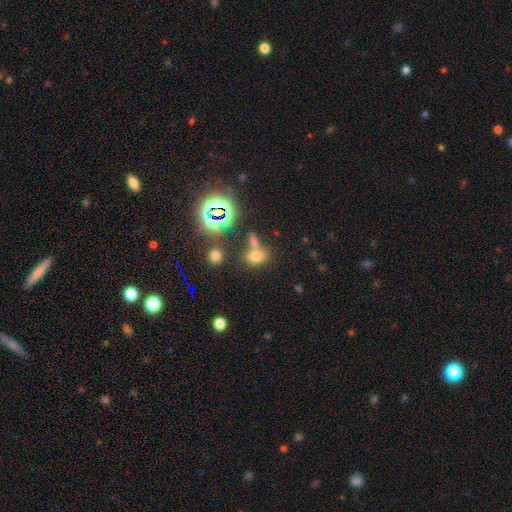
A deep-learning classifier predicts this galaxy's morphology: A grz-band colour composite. It shows a smooth galaxy with no disk features (62%) that is in between round and cigar-shaped (67%). Merging: none (52%).